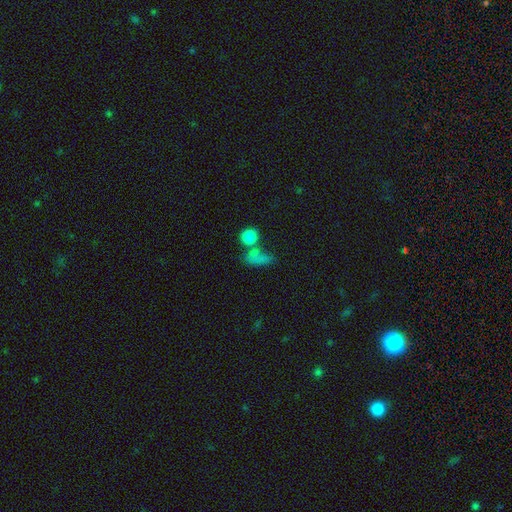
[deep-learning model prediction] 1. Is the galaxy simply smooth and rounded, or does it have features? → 74% smooth, 14% star or artifact, 12% featured or disk.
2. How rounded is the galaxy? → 50% in between, 40% round, 9% cigar-shaped.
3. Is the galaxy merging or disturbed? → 37% none, 33% merger, 16% major disturbance, 14% minor disturbance.